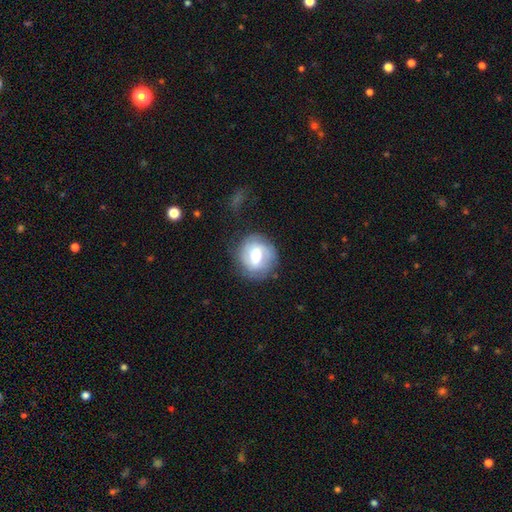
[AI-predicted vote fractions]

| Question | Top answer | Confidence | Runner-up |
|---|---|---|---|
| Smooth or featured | featured or disk | 53% | smooth (40%) |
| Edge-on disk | no | 96% | yes (4%) |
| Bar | weak | 49% | no (26%) |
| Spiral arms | yes | 68% | no (32%) |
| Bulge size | moderate | 68% | large (15%) |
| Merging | none | 76% | minor disturbance (16%) |